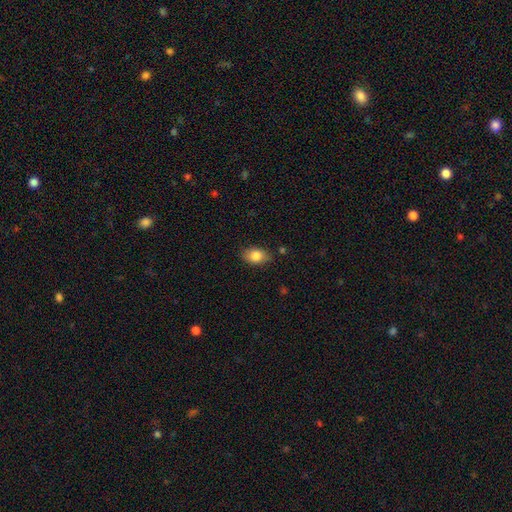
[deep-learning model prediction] smooth-or-featured: smooth: 83% | featured or disk: 9% | star or artifact: 8%
  how-rounded: in between: 84% | round: 15% | cigar-shaped: 2%
  merging: none: 81% | minor disturbance: 14% | major disturbance: 3% | merger: 2%